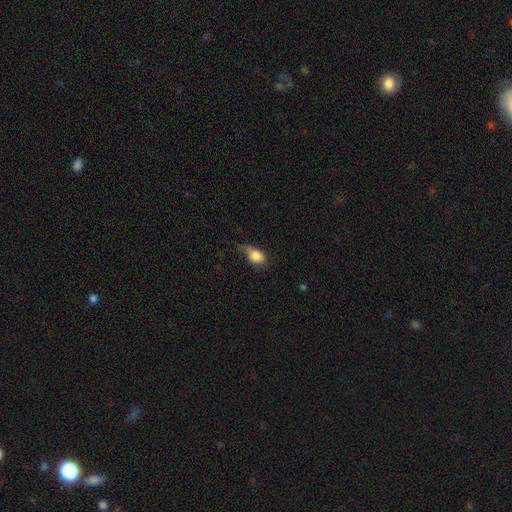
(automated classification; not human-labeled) The model was most divided on "merging": minor disturbance: 43%, none: 29%, major disturbance: 24%, merger: 4%. More confident: smooth or featured — smooth (82%); how rounded — in between (68%).